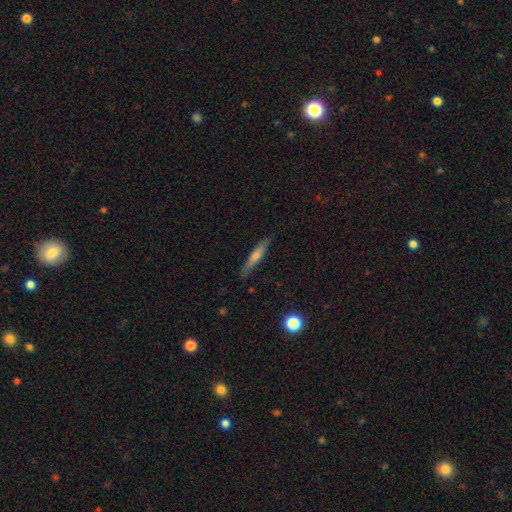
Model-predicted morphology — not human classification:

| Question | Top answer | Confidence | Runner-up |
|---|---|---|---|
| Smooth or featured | featured or disk | 56% | smooth (37%) |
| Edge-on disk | yes | 94% | no (6%) |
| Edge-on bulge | rounded | 78% | none (18%) |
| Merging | none | 86% | minor disturbance (10%) |